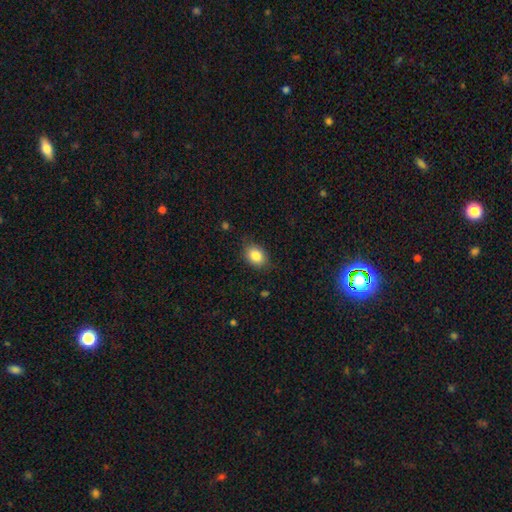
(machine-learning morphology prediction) smooth_or_featured: smooth (p=0.85) [alt: star or artifact p=0.09]
how_rounded: in between (p=0.69) [alt: round p=0.30]
merging: none (p=0.80) [alt: minor disturbance p=0.16]